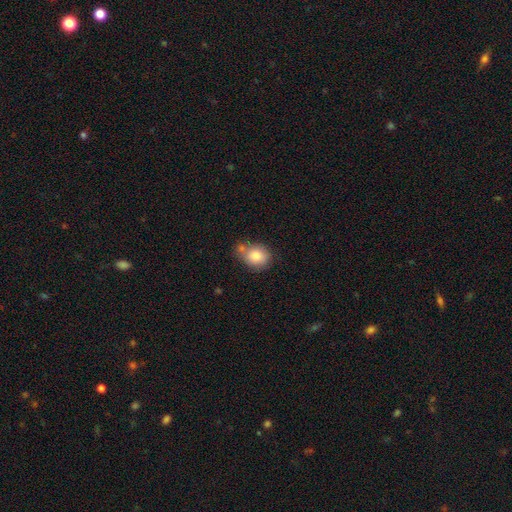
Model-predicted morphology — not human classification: Smooth or featured? smooth (83%)
How rounded? in between (53%)
Merging? none (49%)